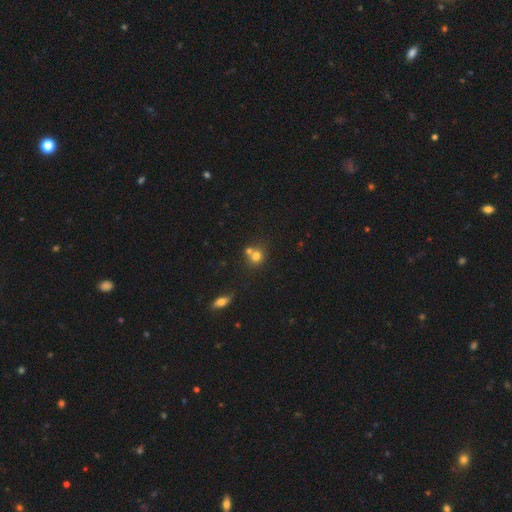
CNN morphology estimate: This appears to be a smooth galaxy with no disk features (74%) that is round (83%). Merging: none (48%).